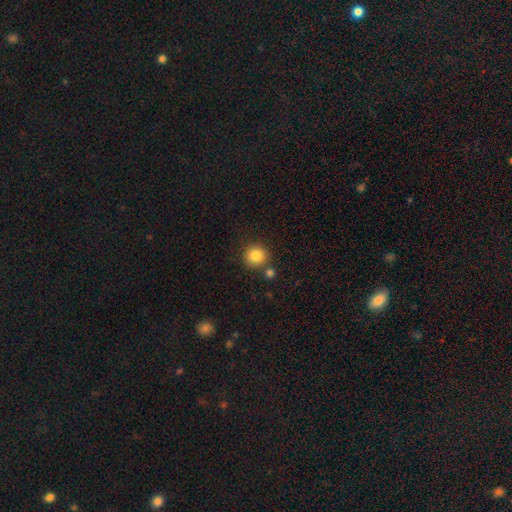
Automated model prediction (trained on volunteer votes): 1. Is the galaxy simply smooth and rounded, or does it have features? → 85% smooth, 10% star or artifact, 5% featured or disk.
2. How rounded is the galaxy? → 90% round, 9% in between, 1% cigar-shaped.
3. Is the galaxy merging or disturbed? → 78% none, 10% merger, 8% minor disturbance, 3% major disturbance.